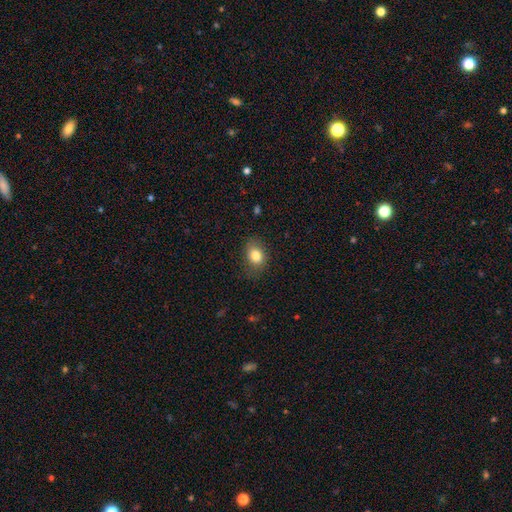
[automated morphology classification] Smooth or featured? smooth (82%)
How rounded? in between (65%)
Merging? none (77%)